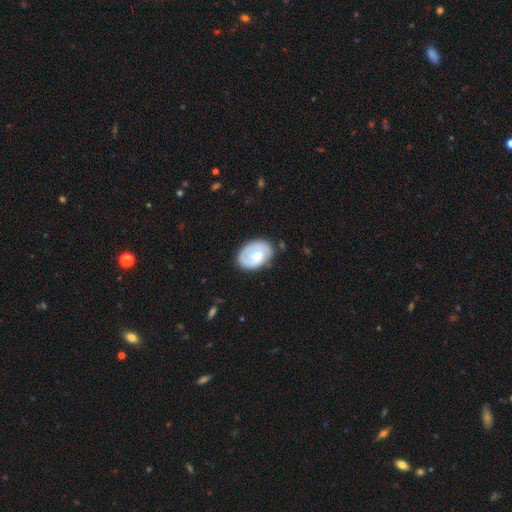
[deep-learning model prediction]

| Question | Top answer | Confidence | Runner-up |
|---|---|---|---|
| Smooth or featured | featured or disk | 52% | smooth (42%) |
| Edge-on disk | no | 97% | yes (3%) |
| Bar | no | 70% | weak (26%) |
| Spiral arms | yes | 79% | no (21%) |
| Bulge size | moderate | 38% | small (24%) |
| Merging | none | 73% | minor disturbance (19%) |